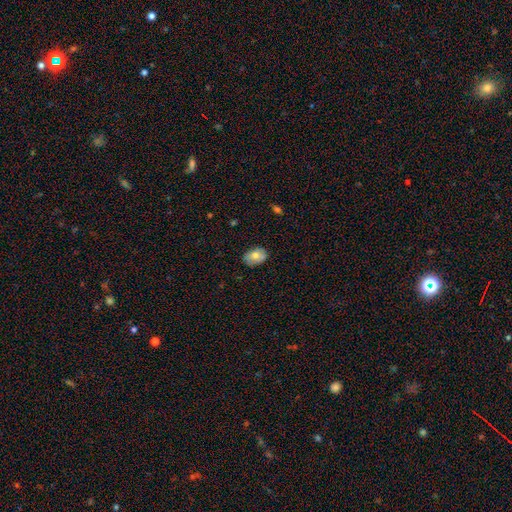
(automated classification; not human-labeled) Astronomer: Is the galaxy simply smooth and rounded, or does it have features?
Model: smooth — 72%.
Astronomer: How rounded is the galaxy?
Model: in between — 84%.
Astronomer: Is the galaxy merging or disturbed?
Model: none — 81%.